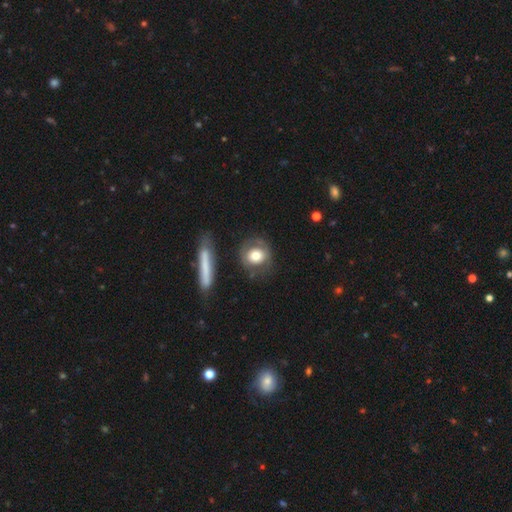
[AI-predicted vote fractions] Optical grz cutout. It shows a smooth galaxy with no disk features (63%) that is round (74%). Merging: none (67%).